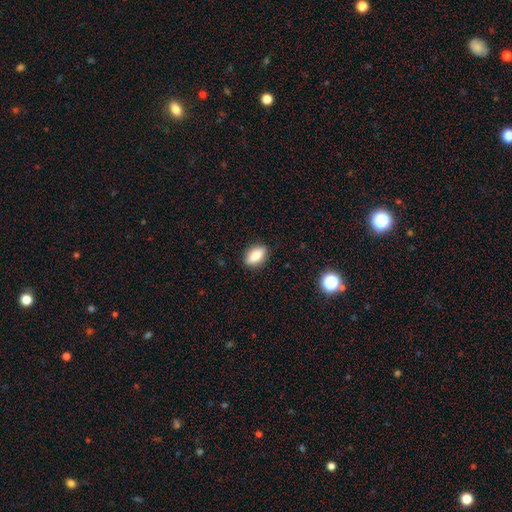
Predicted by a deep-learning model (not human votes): The model was most divided on "smooth or featured": smooth: 82%, featured or disk: 10%, star or artifact: 8%. More confident: merging — none (87%); how rounded — in between (86%).